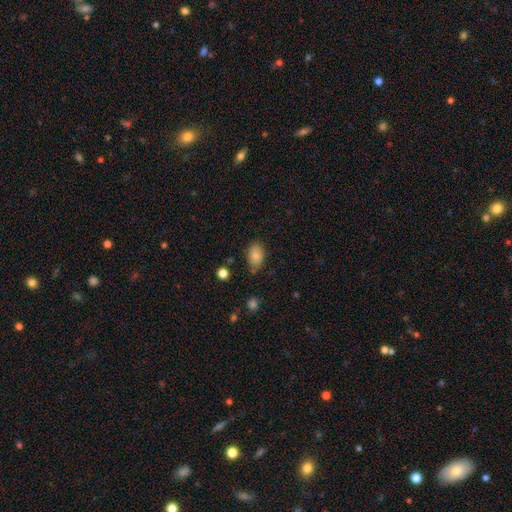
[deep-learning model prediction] A smooth galaxy with no disk features (81%) that is in between round and cigar-shaped (86%). Merging: none (69%).